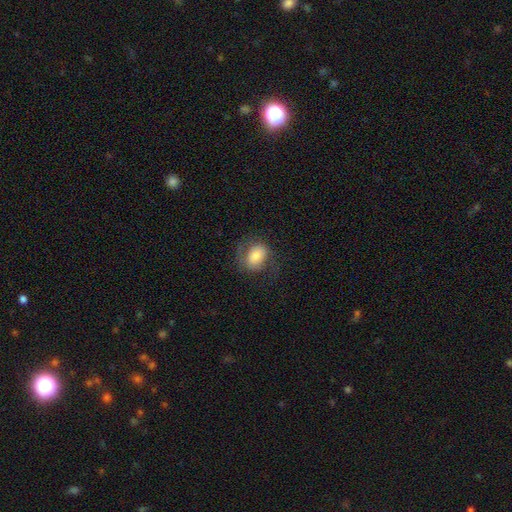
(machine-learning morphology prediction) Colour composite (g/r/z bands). It shows a smooth galaxy with no disk features (69%) that is in between round and cigar-shaped (65%). Merging: none (62%).